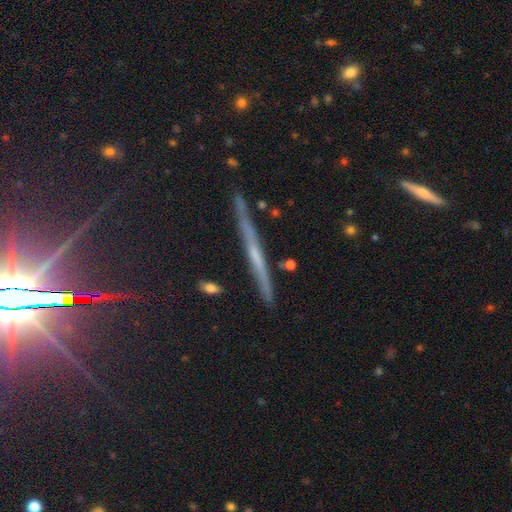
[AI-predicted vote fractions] This appears to be a featured or disk galaxy (64%) viewed edge-on (97%) with no central bulge (56%). Merging: none (87%).